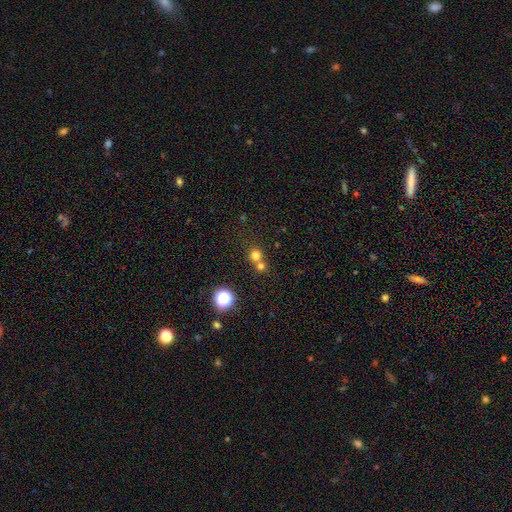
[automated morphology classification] Smooth or featured? smooth (73%)
How rounded? round (89%)
Merging? none (51%)